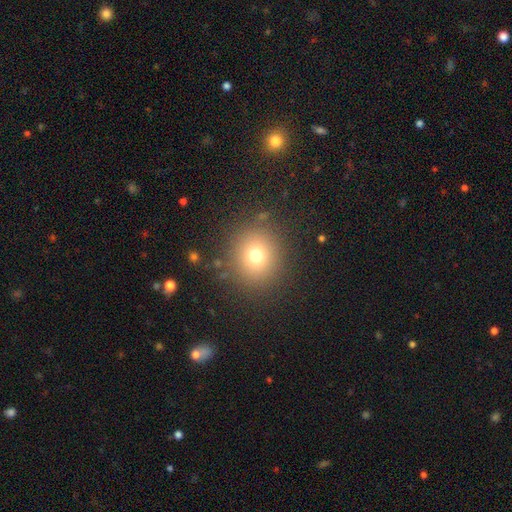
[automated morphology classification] Overall: smooth (72%). How rounded: round (87%). Merging: none (86%).